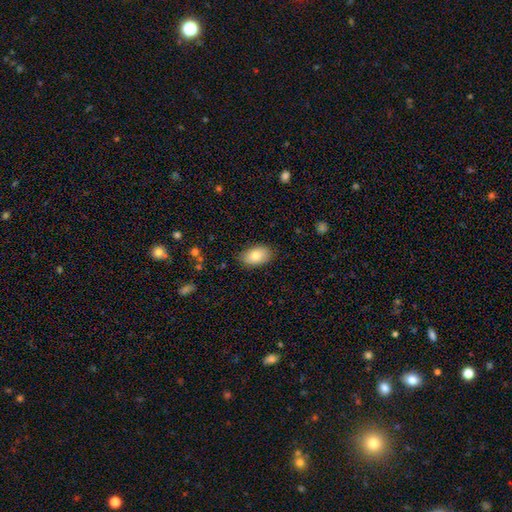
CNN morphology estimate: This is clearly a smooth galaxy (82%). How rounded: clearly in between (92%). Merging: clearly none (85%).